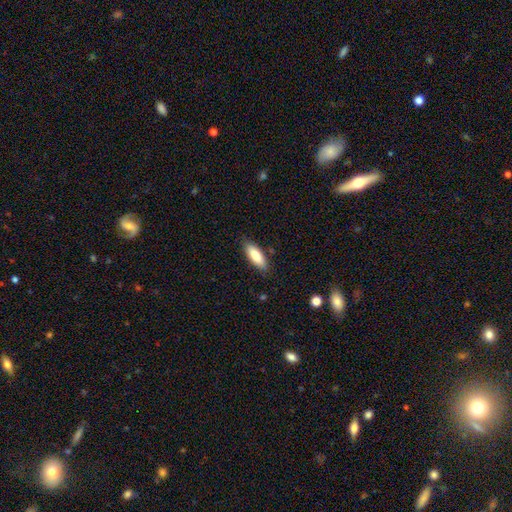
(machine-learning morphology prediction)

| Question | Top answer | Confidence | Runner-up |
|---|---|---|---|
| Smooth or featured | smooth | 84% | featured or disk (10%) |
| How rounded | in between | 68% | cigar-shaped (31%) |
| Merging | none | 85% | minor disturbance (12%) |